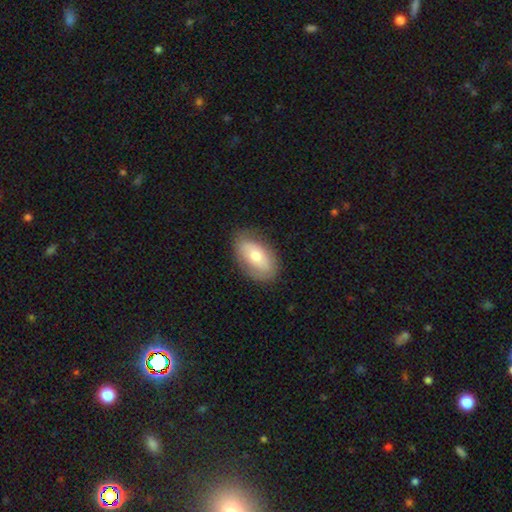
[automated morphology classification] smooth 62%, featured or disk 32%, star or artifact 6%. Down the decision tree: how rounded — in between (91%); merging — none (78%).